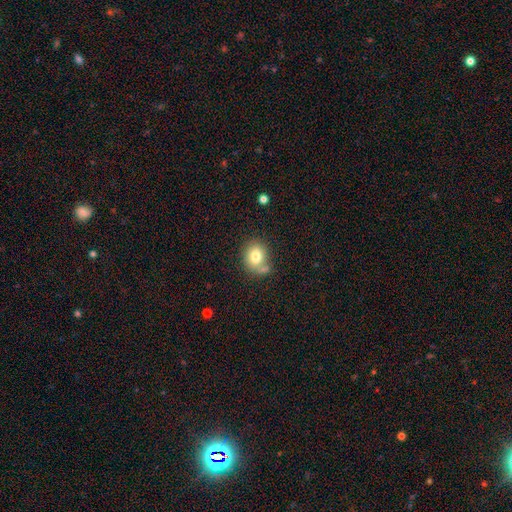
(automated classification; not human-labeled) Morphology: type=smooth (77%); roundness=round (58%); merging=none (57%).